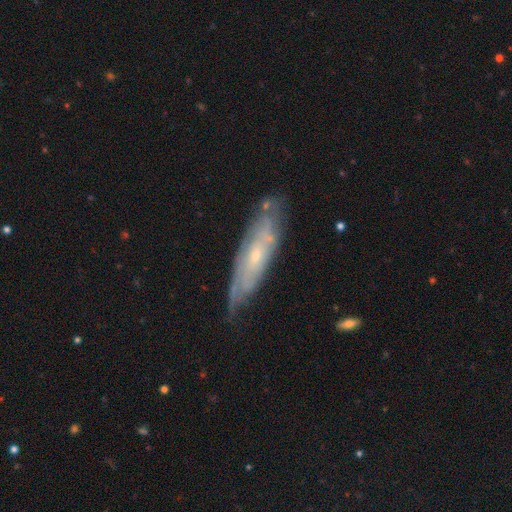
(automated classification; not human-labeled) featured or disk 72%, smooth 21%, star or artifact 6%. Down the decision tree: edge-on disk — no (71%); bar — no (71%); spiral arms — yes (80%); bulge size — small (73%); merging — none (70%).